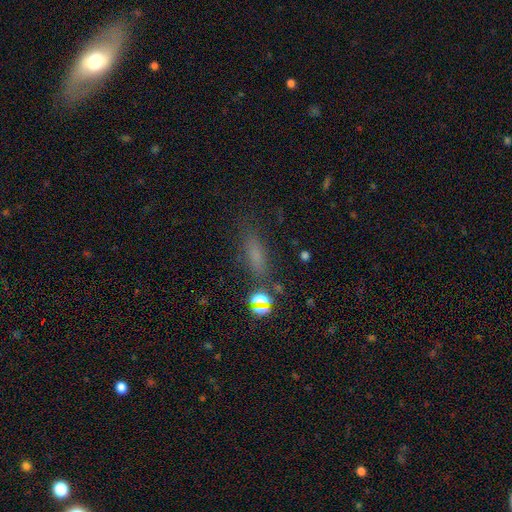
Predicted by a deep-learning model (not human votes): Smooth or featured?
  - smooth: 61% *
  - star or artifact: 25%
  - featured or disk: 14%
How rounded?
  - cigar-shaped: 52% *
  - in between: 40%
  - round: 8%
Merging?
  - none: 72% *
  - minor disturbance: 15%
  - major disturbance: 7%
  - merger: 6%